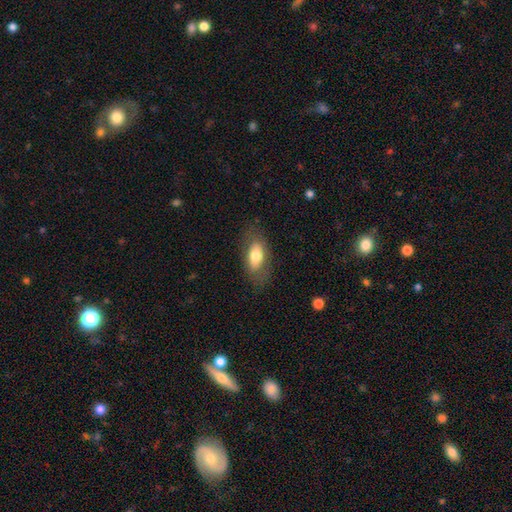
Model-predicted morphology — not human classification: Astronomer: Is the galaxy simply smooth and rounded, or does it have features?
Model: smooth — 72%.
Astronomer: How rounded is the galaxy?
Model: in between — 87%.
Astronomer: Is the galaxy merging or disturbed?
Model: none — 78%.